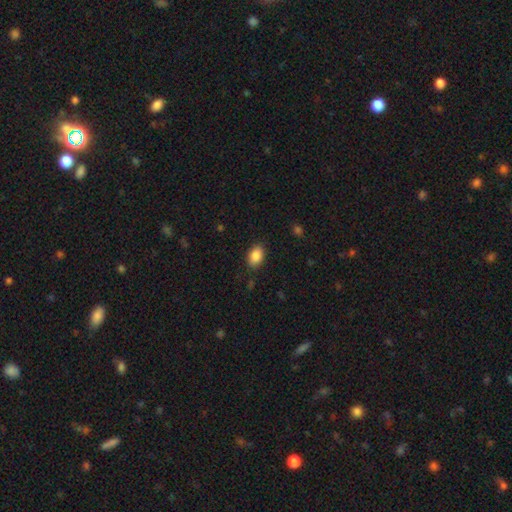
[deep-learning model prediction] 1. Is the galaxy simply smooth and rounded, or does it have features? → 88% smooth, 8% star or artifact, 4% featured or disk.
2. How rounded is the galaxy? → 85% in between, 13% round, 1% cigar-shaped.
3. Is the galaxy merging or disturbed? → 87% none, 10% minor disturbance, 3% major disturbance, 1% merger.